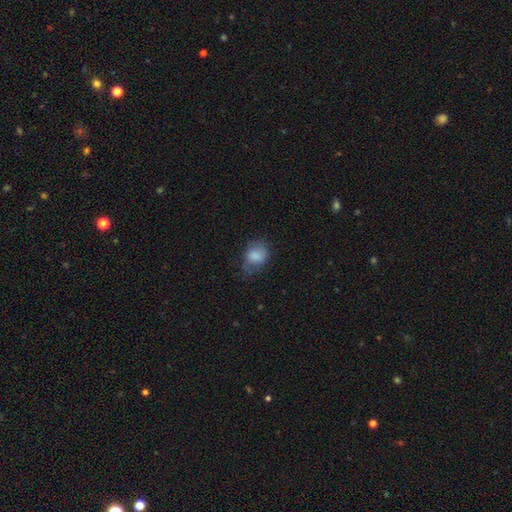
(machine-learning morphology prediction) Smooth or featured? Predicted: smooth (p=0.80). How rounded? Predicted: round (p=0.50). Merging? Predicted: none (p=0.47).